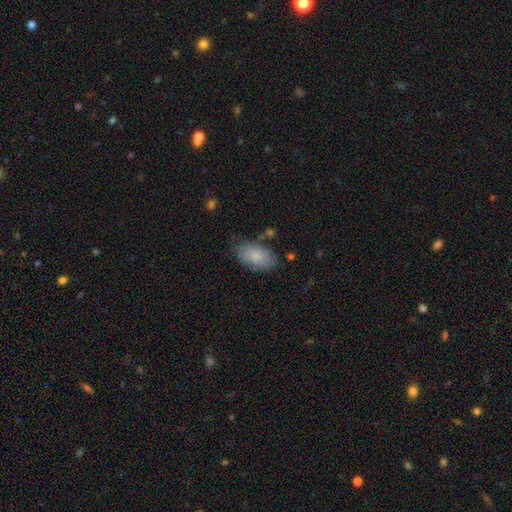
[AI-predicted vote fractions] The model was most divided on "merging": none: 74%, minor disturbance: 18%, major disturbance: 4%, merger: 4%. More confident: how rounded — in between (93%); smooth or featured — smooth (80%).